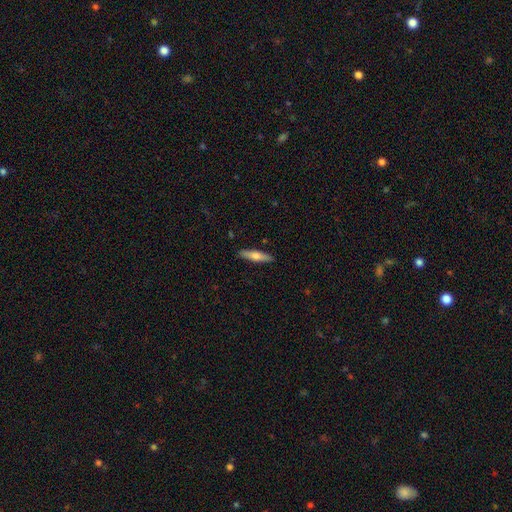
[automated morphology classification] Smooth or featured?
  - smooth: 62% *
  - featured or disk: 32%
  - star or artifact: 6%
How rounded?
  - cigar-shaped: 79% *
  - in between: 20%
  - round: 2%
Merging?
  - none: 89% *
  - minor disturbance: 8%
  - major disturbance: 2%
  - merger: 1%